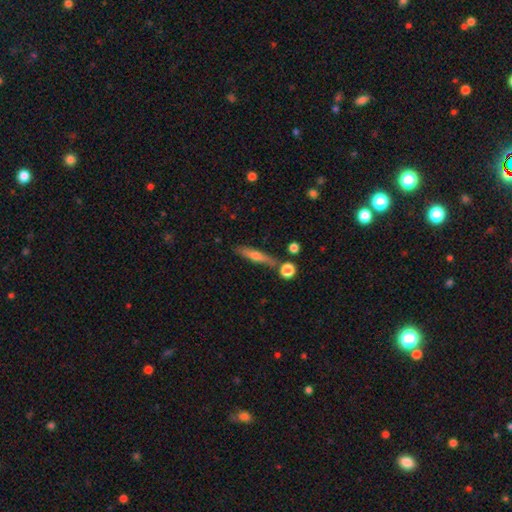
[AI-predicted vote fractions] Smooth or featured? Predicted: smooth (p=0.50). Merging? Predicted: none (p=0.77).